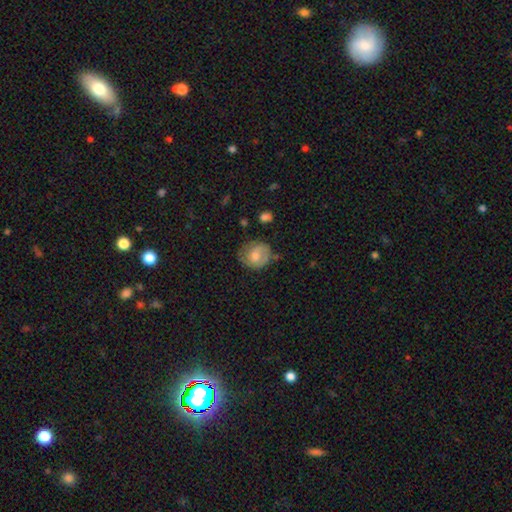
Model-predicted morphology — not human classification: A smooth galaxy with no disk features (56%) that is round (78%). Merging: none (69%).